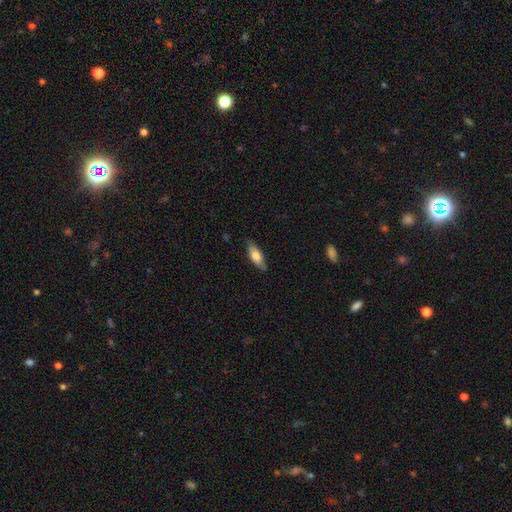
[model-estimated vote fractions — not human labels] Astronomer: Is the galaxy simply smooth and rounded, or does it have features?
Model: smooth — 71%.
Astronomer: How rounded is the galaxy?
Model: in between — 68%.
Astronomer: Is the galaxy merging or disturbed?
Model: none — 82%.